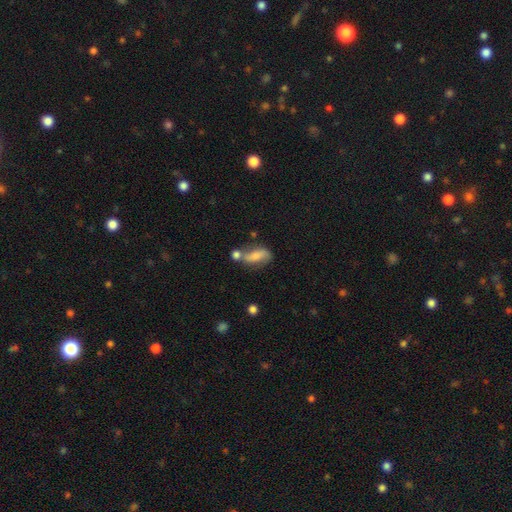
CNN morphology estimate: type=smooth (54%); roundness=in between (74%); merging=none (41%).